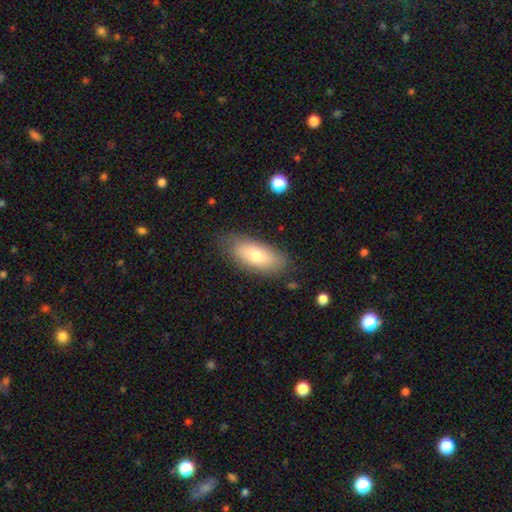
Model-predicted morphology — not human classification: smooth_or_featured: smooth (p=0.71) [alt: featured or disk p=0.22]
how_rounded: in between (p=0.84) [alt: cigar-shaped p=0.13]
merging: none (p=0.78) [alt: minor disturbance p=0.16]